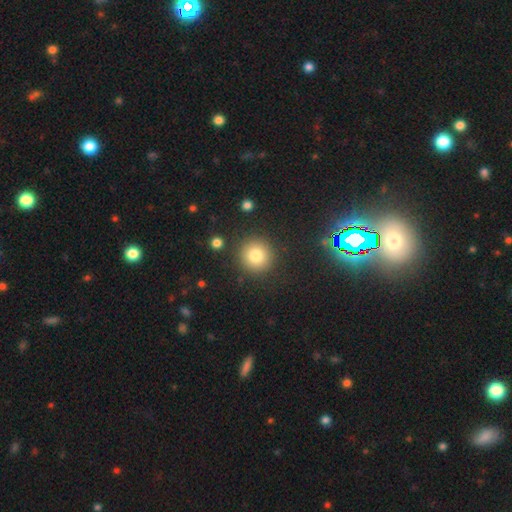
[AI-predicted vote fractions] Smooth or featured? Predicted: smooth (p=0.81). How rounded? Predicted: round (p=0.93). Merging? Predicted: none (p=0.88).